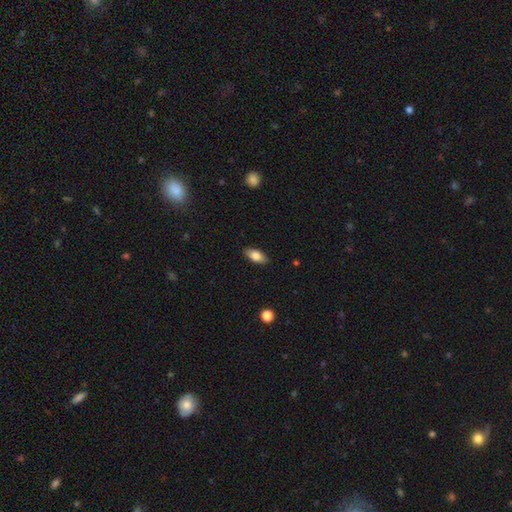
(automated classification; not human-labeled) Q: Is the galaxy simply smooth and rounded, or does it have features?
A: smooth — 77%.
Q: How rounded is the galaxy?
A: in between — 87%.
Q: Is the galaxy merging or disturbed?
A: none — 89%.